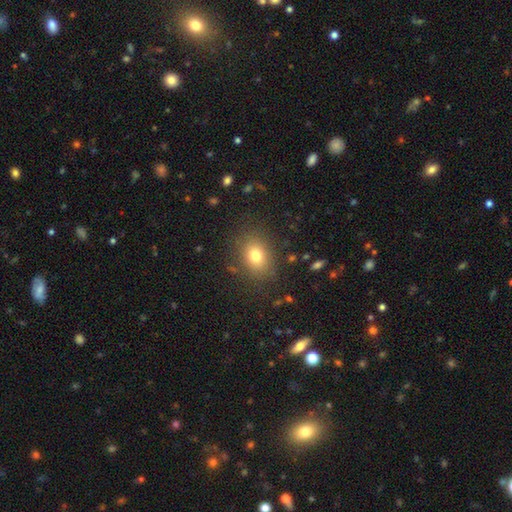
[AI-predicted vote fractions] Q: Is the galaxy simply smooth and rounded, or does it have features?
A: smooth — 77%.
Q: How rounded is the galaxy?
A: in between — 62%.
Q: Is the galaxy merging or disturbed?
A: none — 83%.